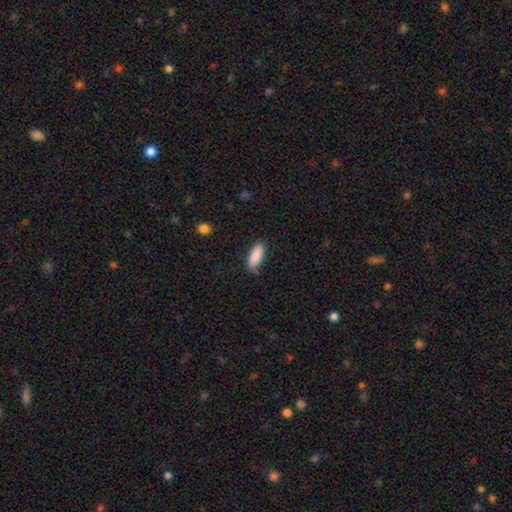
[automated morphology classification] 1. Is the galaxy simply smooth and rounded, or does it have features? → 88% smooth, 6% star or artifact, 6% featured or disk.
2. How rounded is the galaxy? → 80% in between, 19% cigar-shaped, 2% round.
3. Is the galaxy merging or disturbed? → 80% none, 16% minor disturbance, 3% major disturbance, 1% merger.